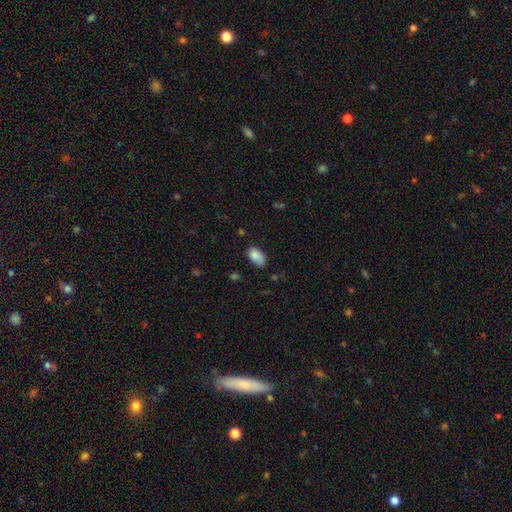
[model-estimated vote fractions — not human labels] Smooth or featured?
  - smooth: 86% *
  - star or artifact: 8%
  - featured or disk: 6%
How rounded?
  - in between: 93% *
  - round: 6%
  - cigar-shaped: 2%
Merging?
  - none: 62% *
  - minor disturbance: 30%
  - major disturbance: 6%
  - merger: 2%